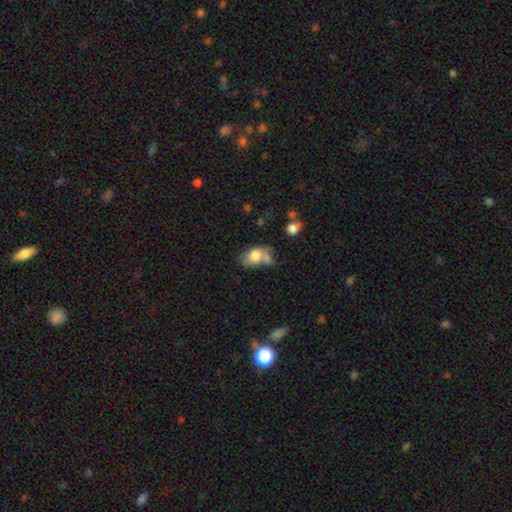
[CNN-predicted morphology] Overall: smooth (75%). How rounded: in between (83%). Merging: none (35%; merger 33%).